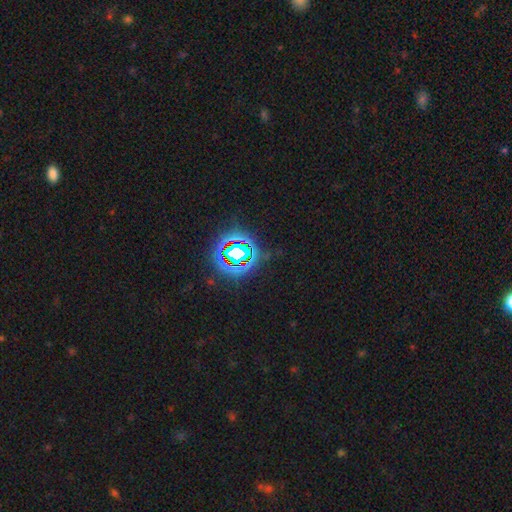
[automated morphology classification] Smooth or featured: star or artifact — 78% (smooth — 14%)